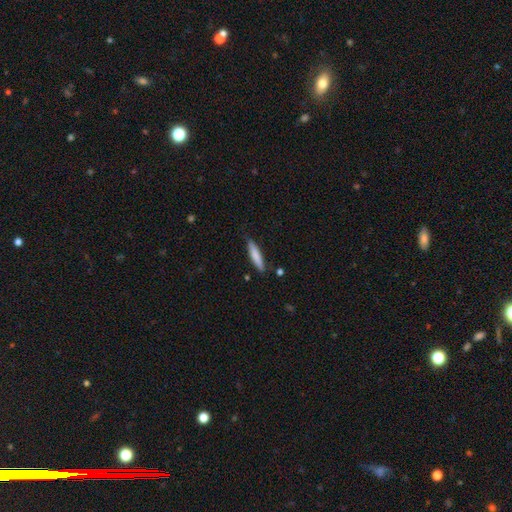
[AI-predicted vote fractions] Smooth or featured? smooth (77%)
How rounded? cigar-shaped (84%)
Merging? none (82%)